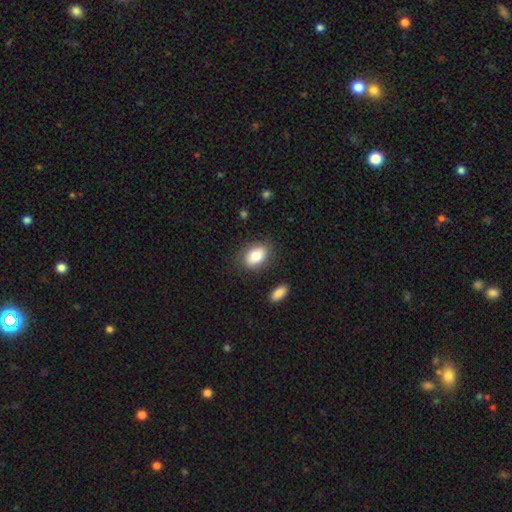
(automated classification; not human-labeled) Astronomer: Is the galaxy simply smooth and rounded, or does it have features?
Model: smooth — 81%.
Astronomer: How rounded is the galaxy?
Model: in between — 83%.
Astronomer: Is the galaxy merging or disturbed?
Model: none — 81%.